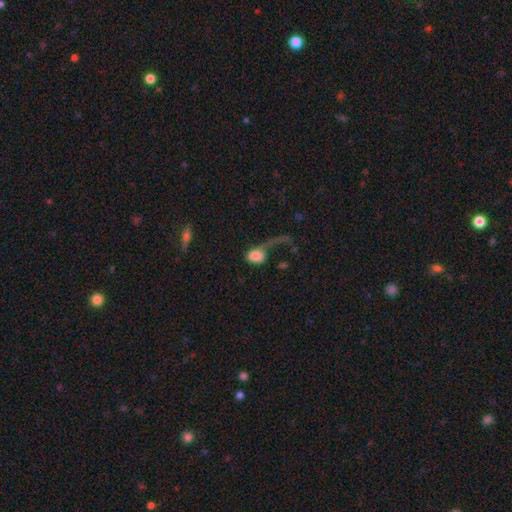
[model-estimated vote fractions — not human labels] This appears to be a smooth galaxy with no disk features (66%) that is in between round and cigar-shaped (68%). Merging: major disturbance (60%).